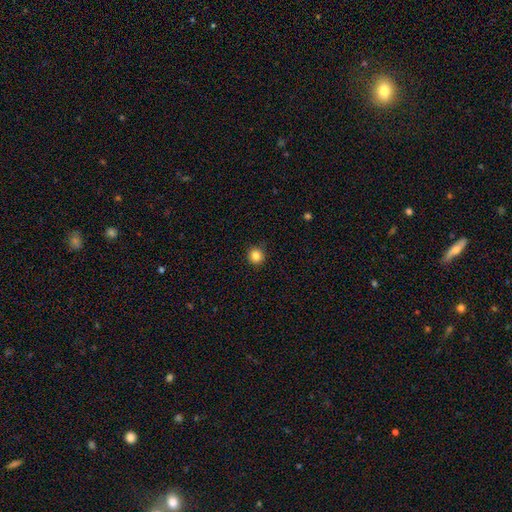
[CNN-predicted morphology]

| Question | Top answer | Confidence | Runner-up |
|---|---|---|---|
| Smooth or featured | smooth | 85% | star or artifact (11%) |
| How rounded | round | 93% | in between (6%) |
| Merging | none | 92% | minor disturbance (6%) |